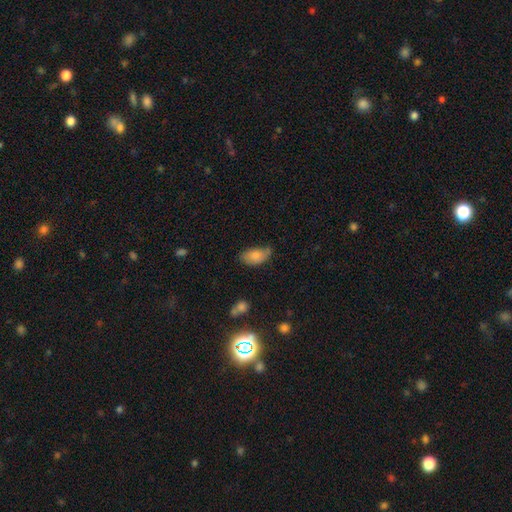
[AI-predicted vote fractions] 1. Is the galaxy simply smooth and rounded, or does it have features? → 83% smooth, 10% featured or disk, 8% star or artifact.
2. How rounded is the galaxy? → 93% in between, 4% round, 2% cigar-shaped.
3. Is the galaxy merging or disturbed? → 54% none, 34% minor disturbance, 8% major disturbance, 4% merger.